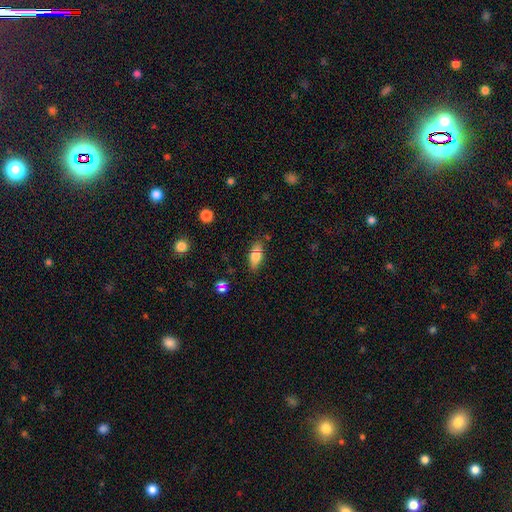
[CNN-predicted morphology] Overall: smooth (72%). How rounded: in between (78%). Merging: none (77%).